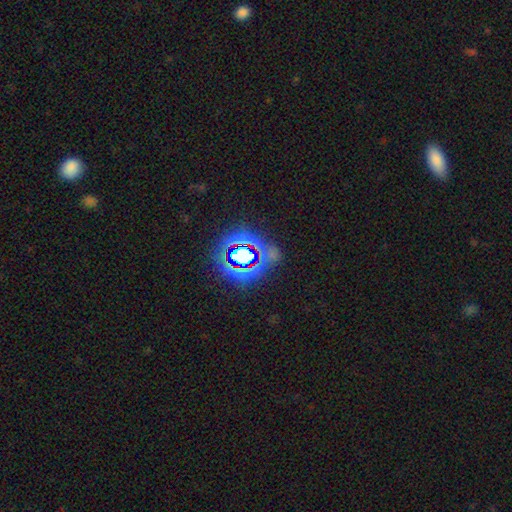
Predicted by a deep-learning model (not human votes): Overall: star or artifact (77%).